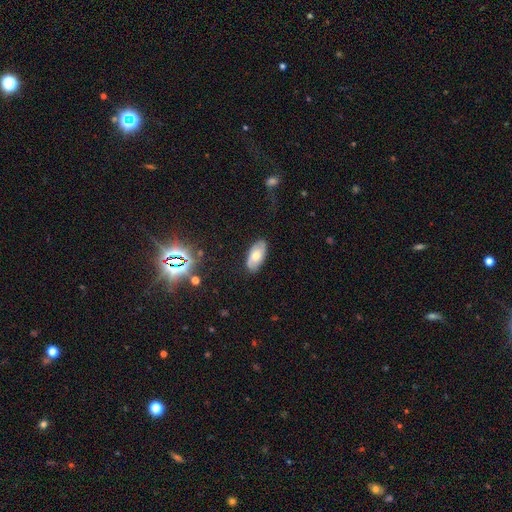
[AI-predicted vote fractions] The model was most divided on "smooth or featured": smooth: 59%, featured or disk: 32%, star or artifact: 9%. More confident: how rounded — in between (92%); merging — none (83%).